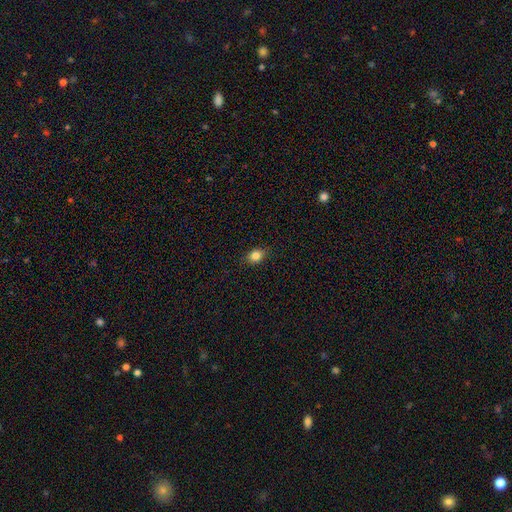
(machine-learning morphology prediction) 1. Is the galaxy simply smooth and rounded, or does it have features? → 83% smooth, 11% star or artifact, 7% featured or disk.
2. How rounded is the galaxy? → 54% in between, 45% round, 2% cigar-shaped.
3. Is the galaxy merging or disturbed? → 86% none, 11% minor disturbance, 2% major disturbance, 1% merger.